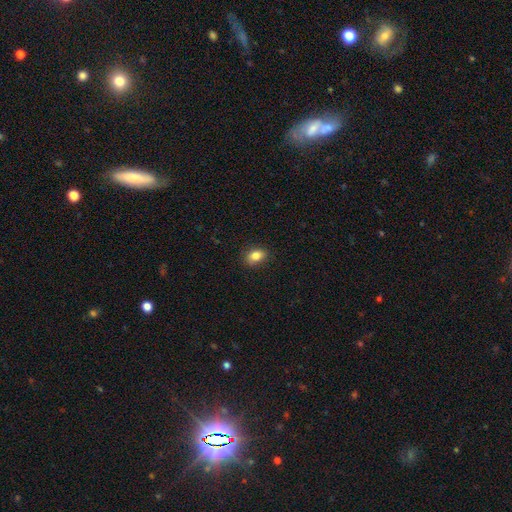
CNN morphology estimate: smooth 83%, star or artifact 9%, featured or disk 8%. Down the decision tree: how rounded — in between (76%); merging — none (86%).